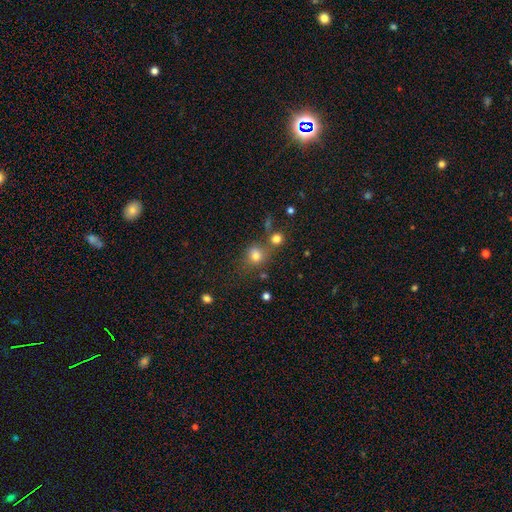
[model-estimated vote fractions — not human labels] Q: Smooth or featured?
A: smooth (76%); runner-up: star or artifact (15%)
Q: How rounded?
A: round (75%); runner-up: in between (24%)
Q: Merging?
A: none (59%); runner-up: merger (21%)